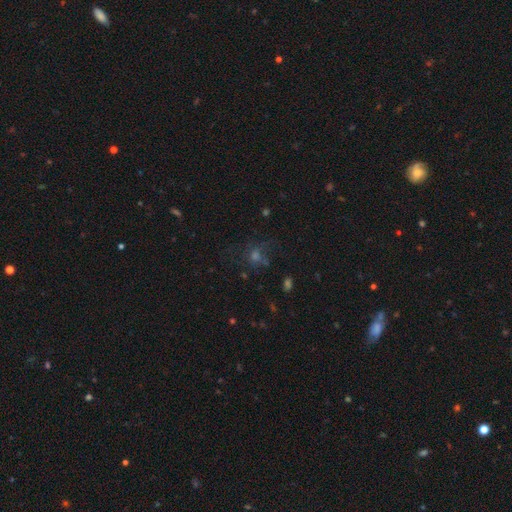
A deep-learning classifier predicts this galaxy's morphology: smooth_or_featured: star or artifact (p=0.39) [tied with: smooth p=0.39]